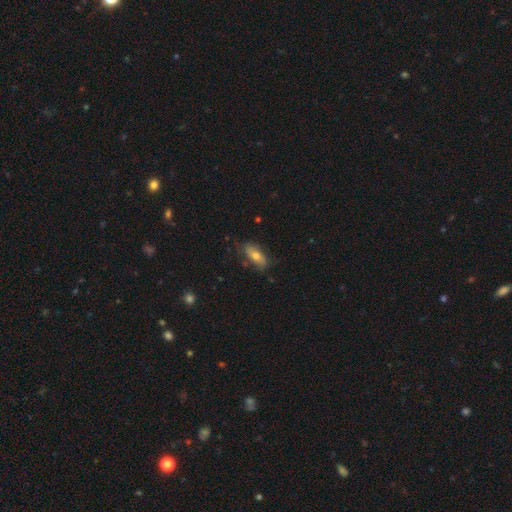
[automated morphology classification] Smooth or featured? smooth (60%)
How rounded? in between (77%)
Merging? none (70%)